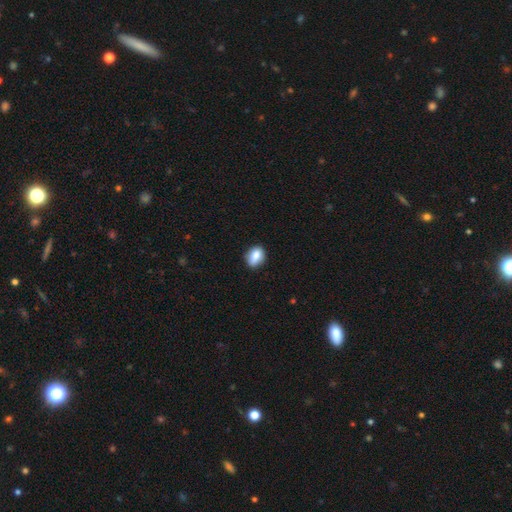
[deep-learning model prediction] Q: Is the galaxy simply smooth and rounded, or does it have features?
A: smooth — 82%.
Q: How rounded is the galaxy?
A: in between — 67%.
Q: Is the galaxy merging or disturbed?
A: none — 75%.